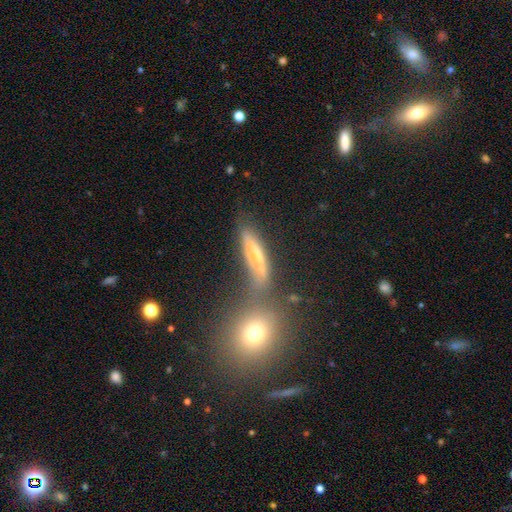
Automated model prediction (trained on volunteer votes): smooth 49%, featured or disk 38%, star or artifact 14%. Down the decision tree: merging — none (55%).